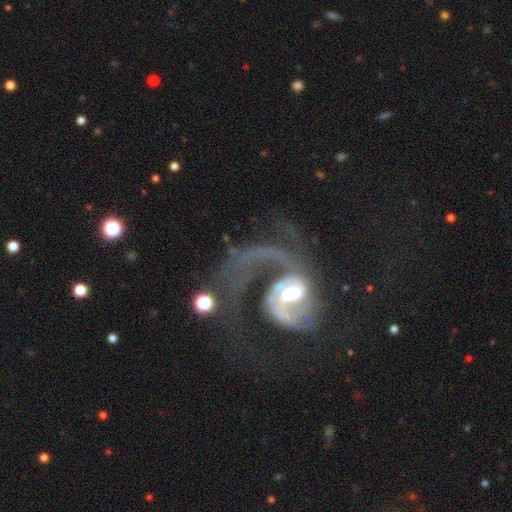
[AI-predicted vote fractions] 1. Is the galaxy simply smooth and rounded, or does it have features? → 84% featured or disk, 8% smooth, 7% star or artifact.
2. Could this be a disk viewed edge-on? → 97% no, 3% yes.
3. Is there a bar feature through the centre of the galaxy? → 41% weak, 37% no, 22% strong.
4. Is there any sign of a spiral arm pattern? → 90% yes, 10% no.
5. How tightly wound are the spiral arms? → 44% loose, 41% medium, 15% tight.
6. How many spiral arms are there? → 49% 1, 39% 2, 6% can't tell, 3% 3, 2% 4, 2% more than 4.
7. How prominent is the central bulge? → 57% moderate, 22% small, 15% large, 3% none, 3% dominant.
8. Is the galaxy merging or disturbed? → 48% major disturbance, 27% none, 14% merger, 11% minor disturbance.